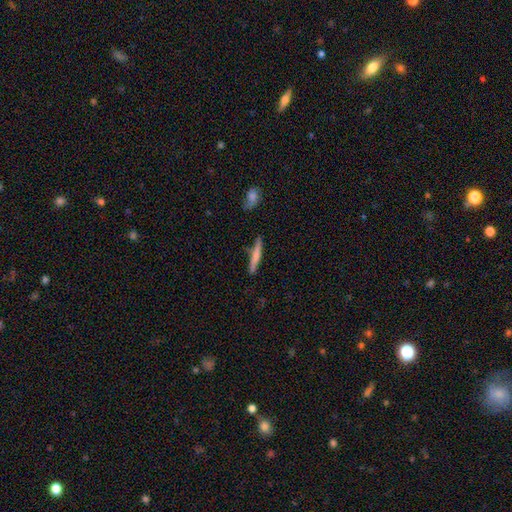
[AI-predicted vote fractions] Overall: smooth (67%; featured or disk 27%). How rounded: cigar-shaped (94%). Merging: none (81%).